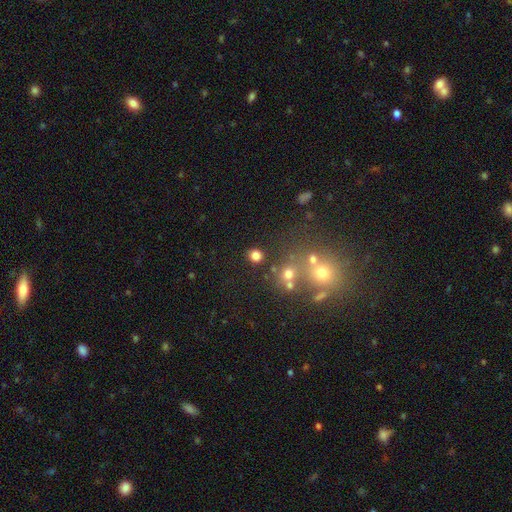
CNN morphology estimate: A smooth galaxy with no disk features (78%) that is round (84%).

Vote fractions:
- Smooth or featured? smooth: 78% / star or artifact: 16% / featured or disk: 6%
- How rounded? round: 84% / in between: 15% / cigar-shaped: 1%
- Merging? none: 83% / minor disturbance: 7% / merger: 7% / major disturbance: 3%